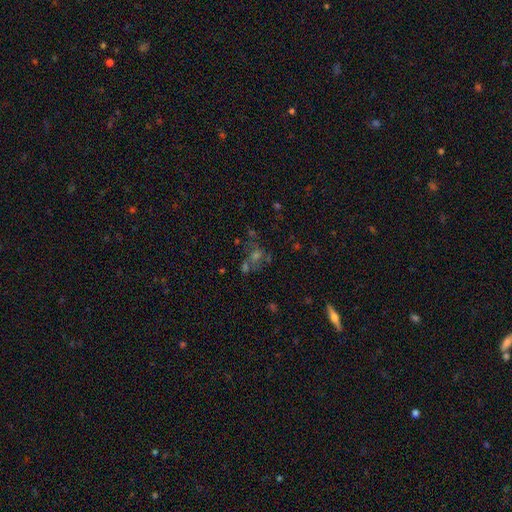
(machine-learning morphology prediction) The model was most divided on "smooth or featured": star or artifact: 39%, featured or disk: 32%, smooth: 29%.